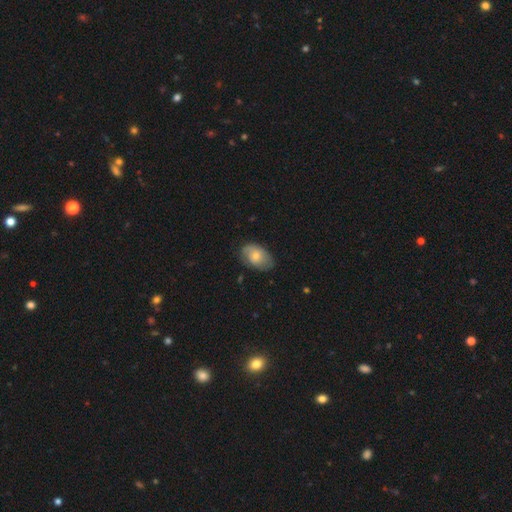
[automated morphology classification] Q: Smooth or featured?
A: smooth (61%); runner-up: featured or disk (32%)
Q: How rounded?
A: in between (87%); runner-up: round (12%)
Q: Merging?
A: none (69%); runner-up: minor disturbance (25%)